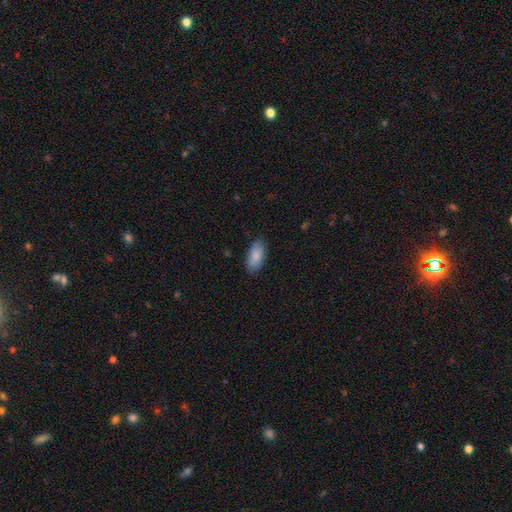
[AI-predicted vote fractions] Smooth or featured? Predicted: smooth (p=0.86). How rounded? Predicted: in between (p=0.88). Merging? Predicted: none (p=0.85).